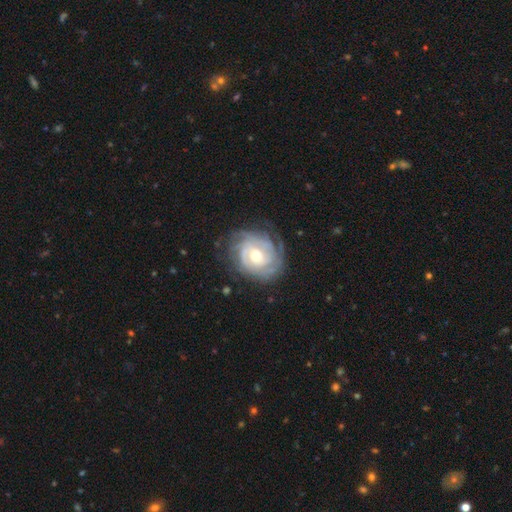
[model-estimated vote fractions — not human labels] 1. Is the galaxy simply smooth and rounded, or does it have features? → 86% featured or disk, 8% smooth, 5% star or artifact.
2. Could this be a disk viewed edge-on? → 97% no, 3% yes.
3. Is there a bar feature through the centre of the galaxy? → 61% no, 31% weak, 8% strong.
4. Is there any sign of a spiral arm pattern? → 95% yes, 5% no.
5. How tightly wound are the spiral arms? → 73% tight, 22% medium, 5% loose.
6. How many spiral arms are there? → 34% can't tell, 22% 3, 16% 2, 15% 4, 7% more than 4, 6% 1.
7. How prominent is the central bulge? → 64% moderate, 31% small, 4% large, 1% none, 1% dominant.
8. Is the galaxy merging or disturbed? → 74% none, 17% minor disturbance, 7% major disturbance, 1% merger.